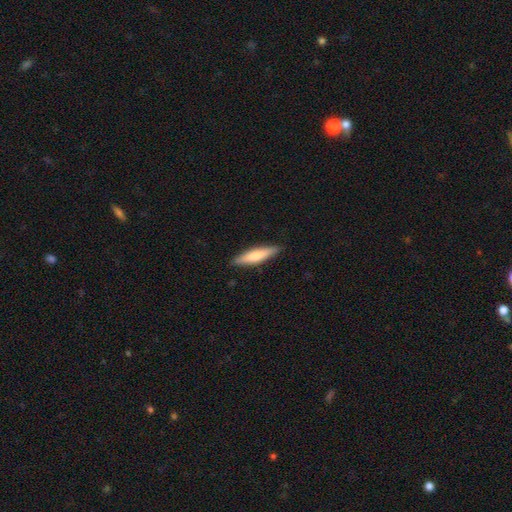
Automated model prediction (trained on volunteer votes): Overall: smooth (68%). How rounded: cigar-shaped (79%). Merging: none (89%).